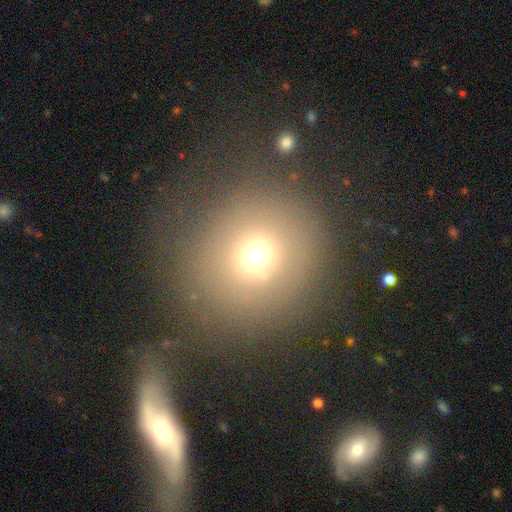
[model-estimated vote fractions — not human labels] A smooth galaxy with no disk features (69%) that is round (92%). Merging: none (65%).